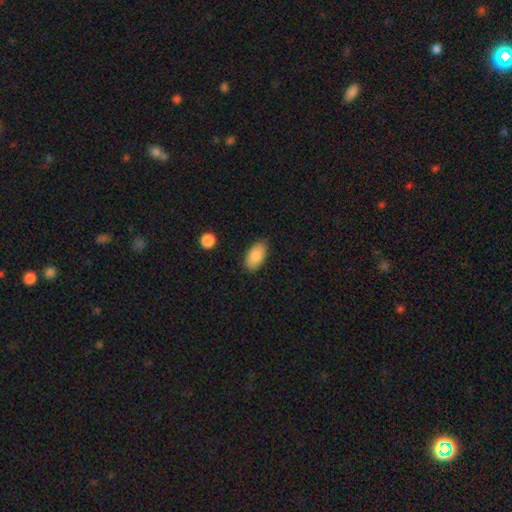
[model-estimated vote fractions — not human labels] The model was most divided on "merging": none: 83%, minor disturbance: 14%, major disturbance: 2%, merger: 1%. More confident: how rounded — in between (94%); smooth or featured — smooth (84%).